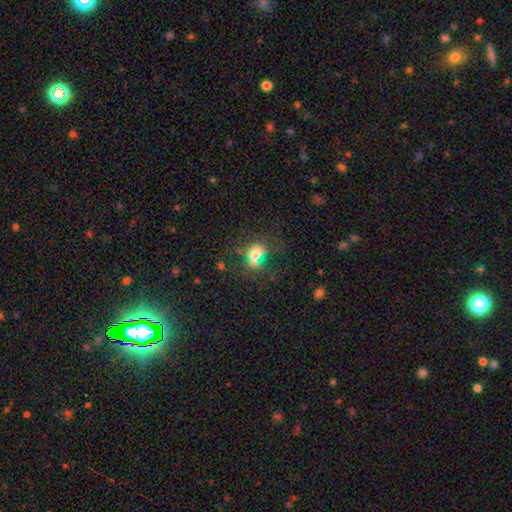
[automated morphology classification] Smooth or featured? Predicted: smooth (p=0.70). How rounded? Predicted: in between (p=0.58). Merging? Predicted: none (p=0.54).